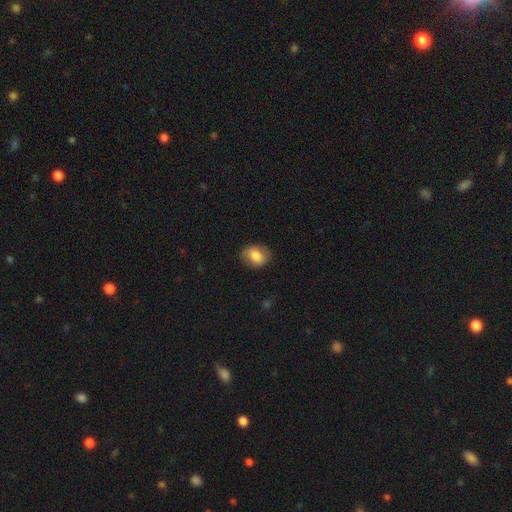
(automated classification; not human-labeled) This is likely a smooth galaxy (75%). How rounded: possibly in between (58%). Merging: likely none (80%).